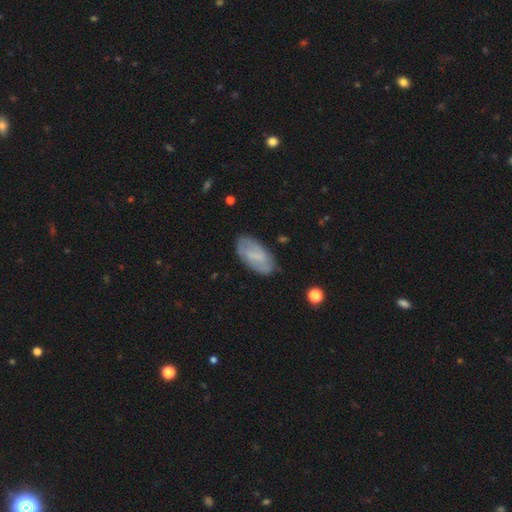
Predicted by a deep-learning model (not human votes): smooth-or-featured: smooth: 50% | featured or disk: 43% | star or artifact: 7%
  how-rounded: in between: 91% | cigar-shaped: 6% | round: 3%
  merging: none: 79% | minor disturbance: 16% | major disturbance: 4% | merger: 2%